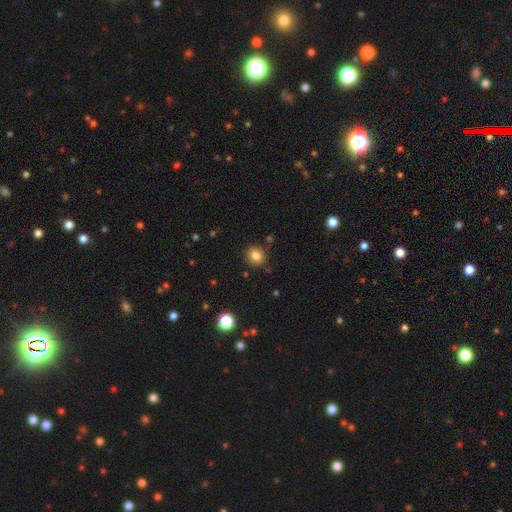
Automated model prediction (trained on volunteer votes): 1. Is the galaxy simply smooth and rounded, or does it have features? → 83% smooth, 11% star or artifact, 6% featured or disk.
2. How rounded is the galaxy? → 78% round, 21% in between, 1% cigar-shaped.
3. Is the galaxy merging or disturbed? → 86% none, 9% minor disturbance, 3% merger, 3% major disturbance.